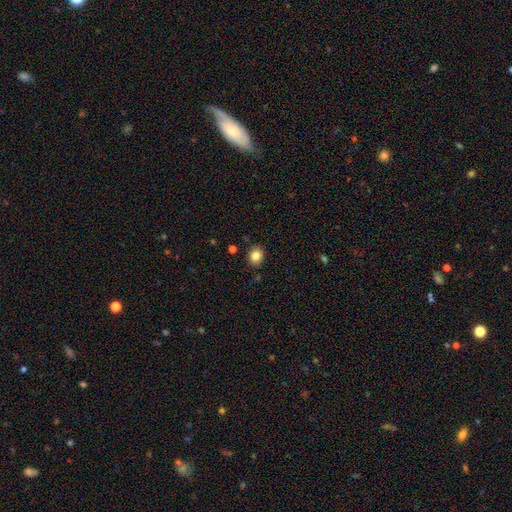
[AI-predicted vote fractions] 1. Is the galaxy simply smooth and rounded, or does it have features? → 83% smooth, 10% star or artifact, 6% featured or disk.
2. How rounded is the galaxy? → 67% round, 32% in between, 1% cigar-shaped.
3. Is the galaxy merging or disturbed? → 88% none, 8% minor disturbance, 2% major disturbance, 2% merger.